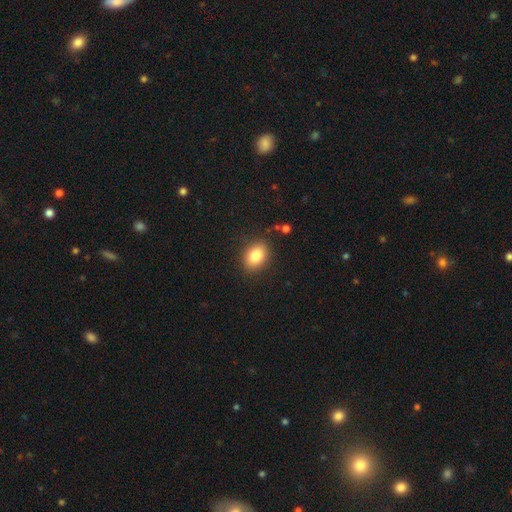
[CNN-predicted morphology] Smooth or featured?
  - smooth: 83% *
  - star or artifact: 9%
  - featured or disk: 8%
How rounded?
  - in between: 72% *
  - round: 27%
  - cigar-shaped: 1%
Merging?
  - none: 86% *
  - minor disturbance: 9%
  - major disturbance: 3%
  - merger: 2%